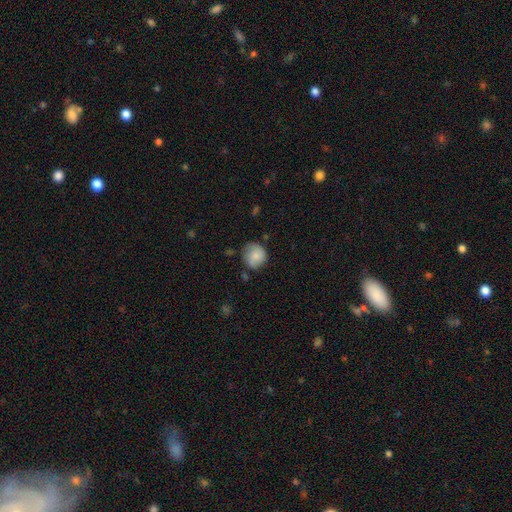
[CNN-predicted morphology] Smooth or featured? smooth (75%)
How rounded? round (84%)
Merging? none (63%)